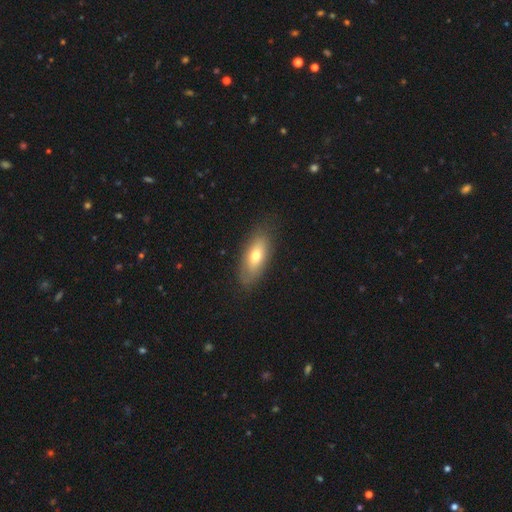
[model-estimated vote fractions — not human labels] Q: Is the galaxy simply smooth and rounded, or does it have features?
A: smooth — 68%.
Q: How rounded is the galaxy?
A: in between — 81%.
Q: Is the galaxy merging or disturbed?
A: none — 81%.